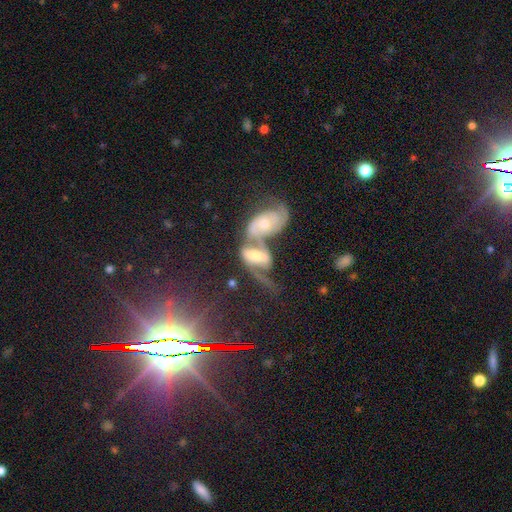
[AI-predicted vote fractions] A featured or disk galaxy (62%) with no bar (49%), spiral arms (82%) and a moderate central bulge (56%).

Vote fractions:
- Smooth or featured? featured or disk: 62% / smooth: 25% / star or artifact: 13%
- Edge-on disk? no: 90% / yes: 10%
- Bar? no: 49% / weak: 33% / strong: 18%
- Spiral arms? yes: 82% / no: 18%
- Bulge size? moderate: 56% / small: 27% / large: 11% / none: 3% / dominant: 2%
- Merging? merger: 74% / none: 10% / major disturbance: 9% / minor disturbance: 6%